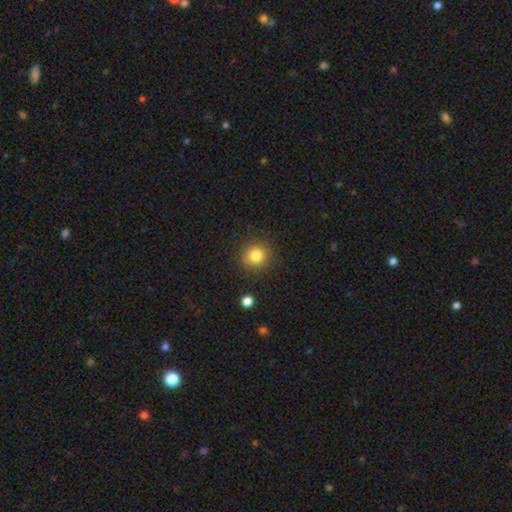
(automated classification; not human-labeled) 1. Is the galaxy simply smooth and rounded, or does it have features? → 82% smooth, 11% star or artifact, 7% featured or disk.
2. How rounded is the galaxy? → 91% round, 8% in between, 1% cigar-shaped.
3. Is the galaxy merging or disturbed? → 86% none, 9% minor disturbance, 3% major disturbance, 2% merger.